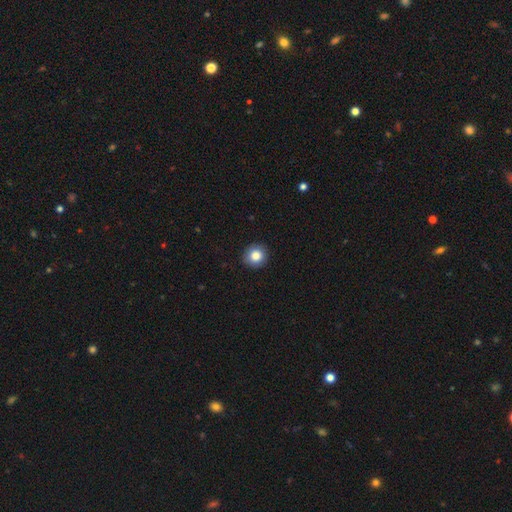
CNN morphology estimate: Overall: smooth (84%). How rounded: round (90%). Merging: none (91%).